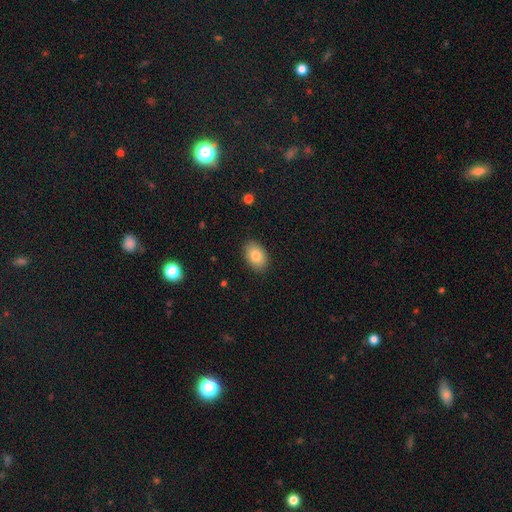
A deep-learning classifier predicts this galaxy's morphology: smooth_or_featured: smooth (p=0.82) [alt: featured or disk p=0.10]
how_rounded: in between (p=0.86) [alt: round p=0.13]
merging: none (p=0.88) [alt: minor disturbance p=0.09]